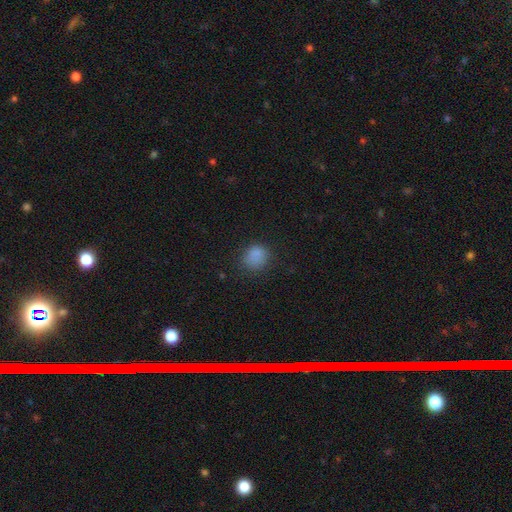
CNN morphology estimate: This is clearly a smooth galaxy (82%). How rounded: likely round (76%). Merging: likely none (74%).